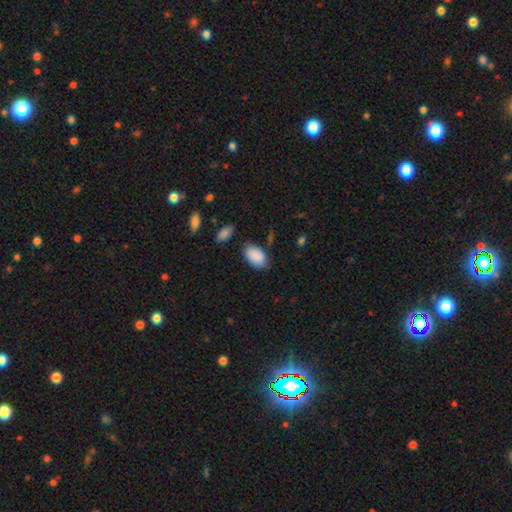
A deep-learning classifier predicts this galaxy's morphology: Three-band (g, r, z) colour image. It shows a smooth galaxy with no disk features (89%) that is in between round and cigar-shaped (94%). Merging: none (79%).